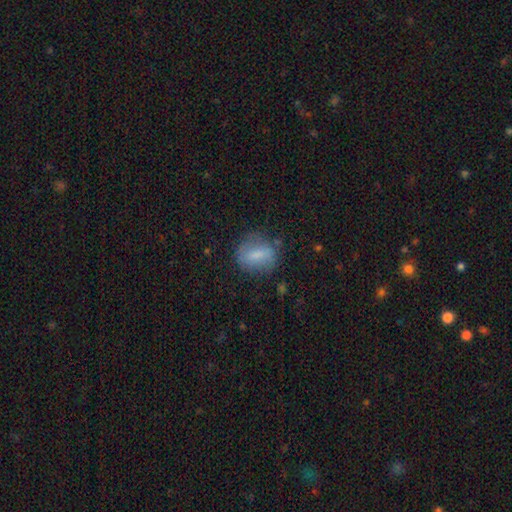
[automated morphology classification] smooth-or-featured: smooth: 70% | featured or disk: 21% | star or artifact: 8%
  how-rounded: in between: 56% | round: 39% | cigar-shaped: 5%
  merging: none: 69% | minor disturbance: 21% | major disturbance: 8% | merger: 2%